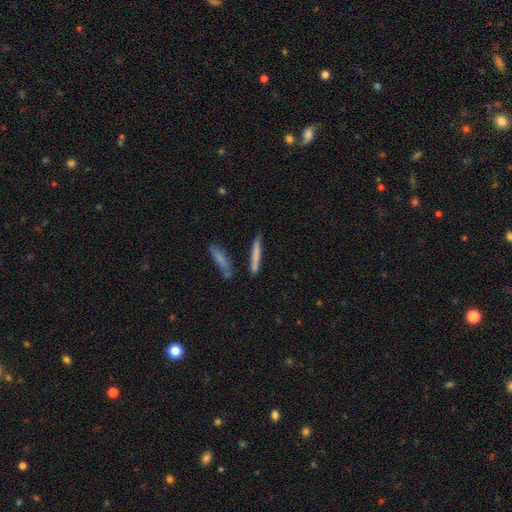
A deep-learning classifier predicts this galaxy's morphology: A smooth galaxy with no disk features (68%) that is cigar-shaped (94%).

Vote fractions:
- Smooth or featured? smooth: 68% / featured or disk: 25% / star or artifact: 6%
- How rounded? cigar-shaped: 94% / in between: 4% / round: 2%
- Merging? none: 78% / minor disturbance: 12% / merger: 8% / major disturbance: 3%